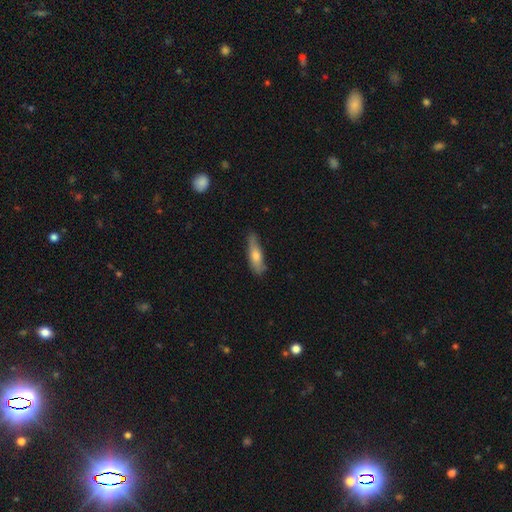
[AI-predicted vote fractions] Q: Smooth or featured?
A: smooth (63%); runner-up: featured or disk (31%)
Q: How rounded?
A: cigar-shaped (68%); runner-up: in between (30%)
Q: Merging?
A: none (71%); runner-up: minor disturbance (23%)